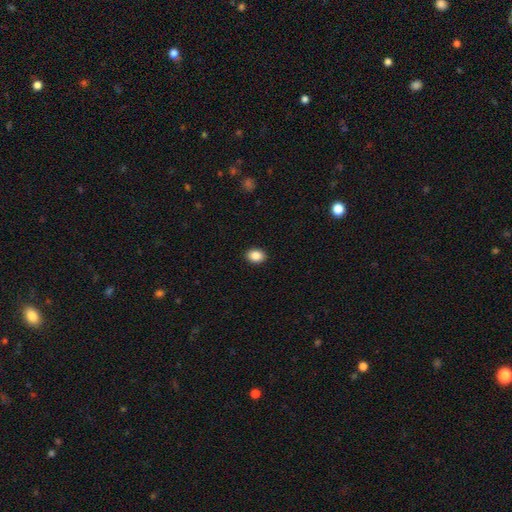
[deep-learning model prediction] A smooth galaxy with no disk features (88%) that is in between round and cigar-shaped (68%).

Vote fractions:
- Smooth or featured? smooth: 88% / star or artifact: 8% / featured or disk: 4%
- How rounded? in between: 68% / round: 31% / cigar-shaped: 1%
- Merging? none: 91% / minor disturbance: 6% / major disturbance: 2% / merger: 1%